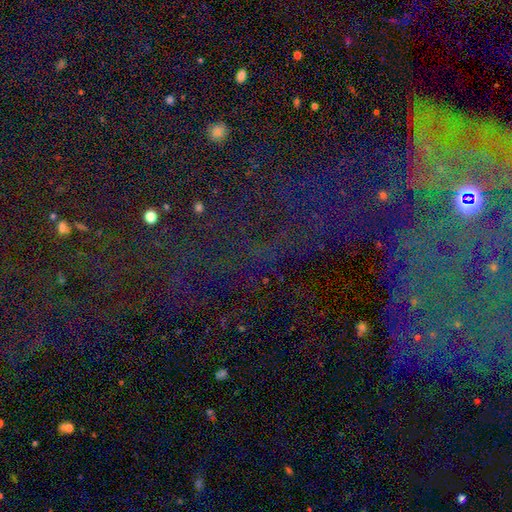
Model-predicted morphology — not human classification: Overall: star or artifact (67%).